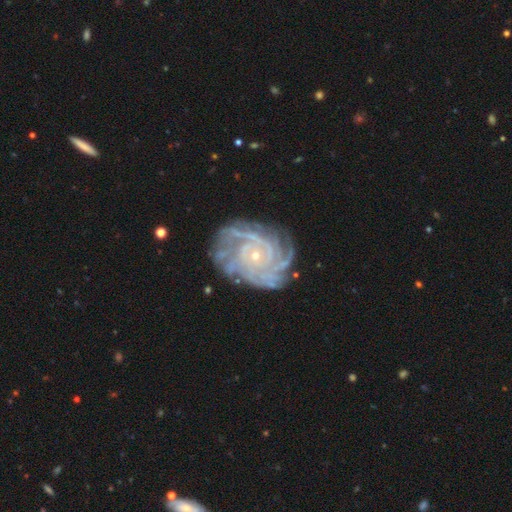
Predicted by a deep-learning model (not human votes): Morphology: type=featured or disk (91%); edge-on=no (97%); bar=no (79%); spiral arms=yes (98%); winding=tight (79%); arm count=4 (26%); bulge=small (85%); merging=none (75%).